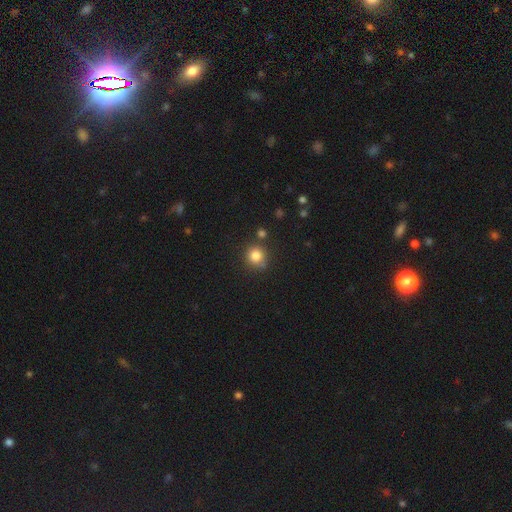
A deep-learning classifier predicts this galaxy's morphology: Smooth or featured: smooth — 82% (star or artifact — 12%)
How rounded: round — 90% (in between — 9%)
Merging: none — 75% (minor disturbance — 13%)